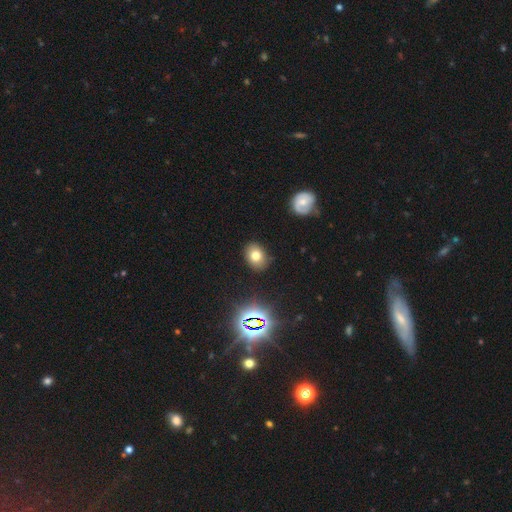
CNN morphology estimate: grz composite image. It shows a smooth galaxy with no disk features (74%) that is in between round and cigar-shaped (63%). Merging: none (85%).